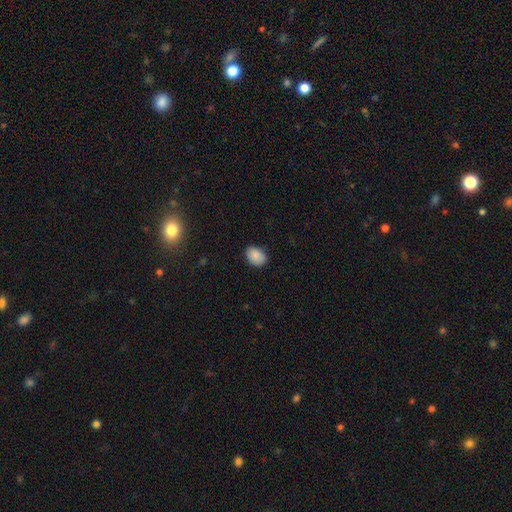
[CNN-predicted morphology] This is clearly a smooth galaxy (88%). How rounded: likely in between (68%). Merging: clearly none (84%).